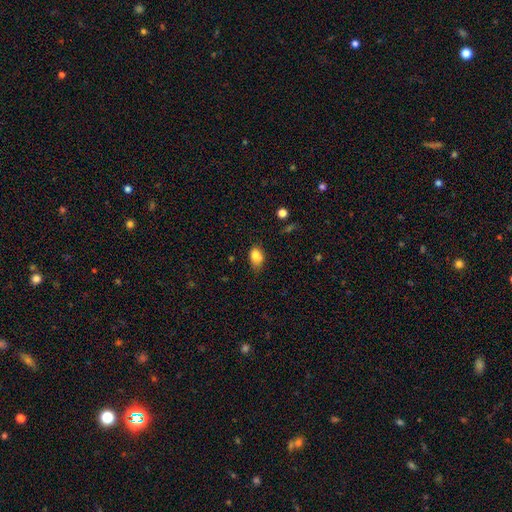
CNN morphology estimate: Smooth or featured?
  - smooth: 82% *
  - star or artifact: 10%
  - featured or disk: 9%
How rounded?
  - in between: 77% *
  - round: 21%
  - cigar-shaped: 2%
Merging?
  - none: 53% *
  - minor disturbance: 35%
  - major disturbance: 8%
  - merger: 4%